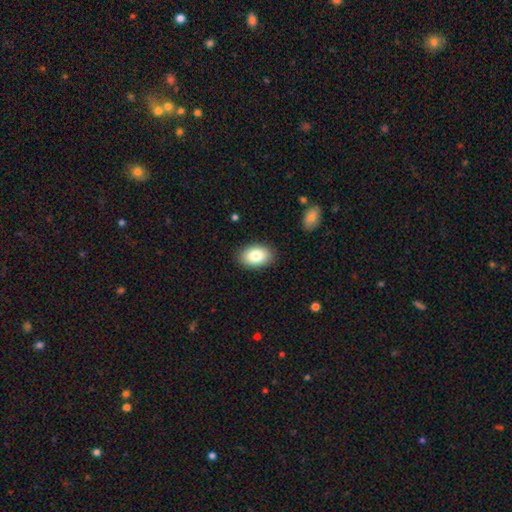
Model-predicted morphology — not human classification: Smooth or featured?
  - smooth: 82% *
  - featured or disk: 10%
  - star or artifact: 8%
How rounded?
  - in between: 86% *
  - round: 12%
  - cigar-shaped: 1%
Merging?
  - none: 88% *
  - minor disturbance: 9%
  - major disturbance: 2%
  - merger: 1%